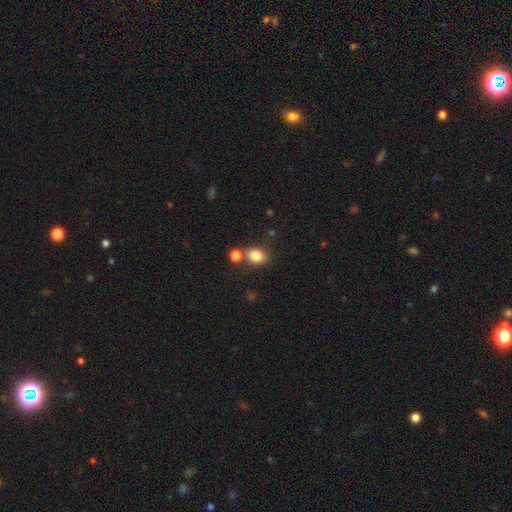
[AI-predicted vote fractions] smooth-or-featured: smooth: 83% | star or artifact: 11% | featured or disk: 7%
  how-rounded: in between: 57% | round: 42% | cigar-shaped: 1%
  merging: none: 64% | merger: 19% | minor disturbance: 13% | major disturbance: 4%